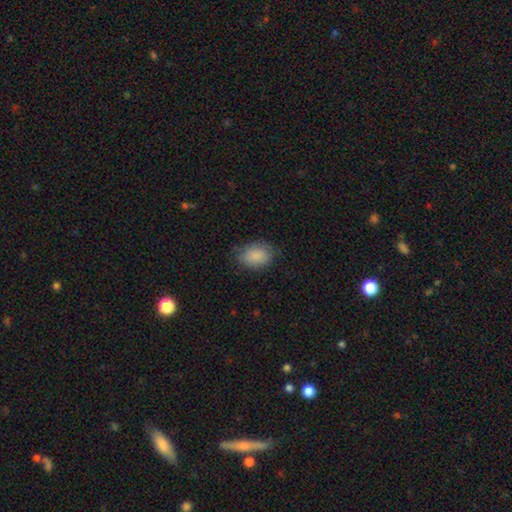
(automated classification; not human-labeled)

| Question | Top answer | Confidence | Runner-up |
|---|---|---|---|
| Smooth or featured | smooth | 87% | star or artifact (7%) |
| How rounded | in between | 78% | round (21%) |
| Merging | none | 72% | minor disturbance (21%) |